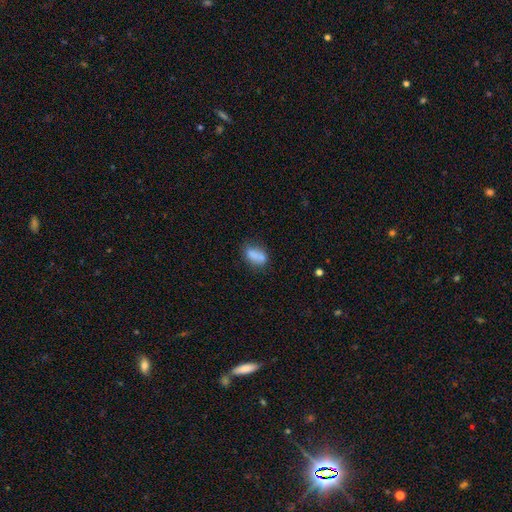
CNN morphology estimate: smooth_or_featured: smooth (p=0.78) [alt: featured or disk p=0.13]
how_rounded: in between (p=0.82) [alt: round p=0.10]
merging: none (p=0.54) [alt: minor disturbance p=0.23]